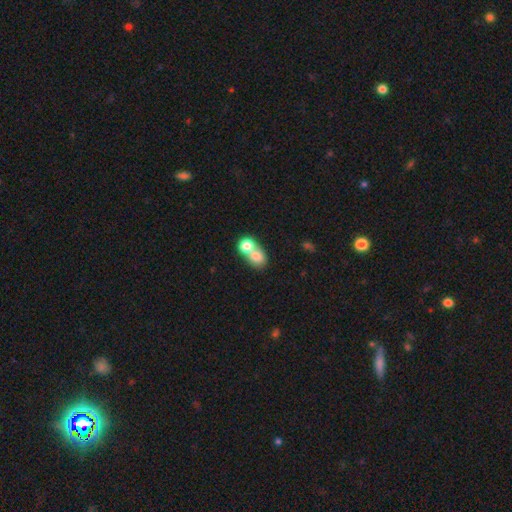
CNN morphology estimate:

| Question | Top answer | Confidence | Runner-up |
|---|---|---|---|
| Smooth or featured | smooth | 76% | featured or disk (14%) |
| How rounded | round | 56% | in between (43%) |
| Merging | merger | 67% | none (24%) |